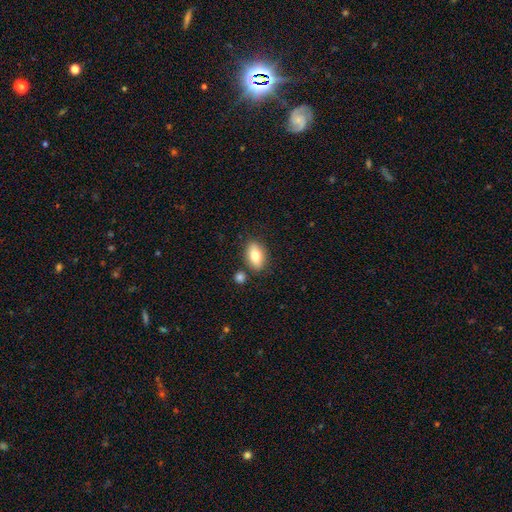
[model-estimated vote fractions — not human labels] A smooth galaxy with no disk features (76%) that is in between round and cigar-shaped (88%).

Vote fractions:
- Smooth or featured? smooth: 76% / featured or disk: 16% / star or artifact: 8%
- How rounded? in between: 88% / round: 8% / cigar-shaped: 4%
- Merging? none: 79% / minor disturbance: 11% / merger: 7% / major disturbance: 3%